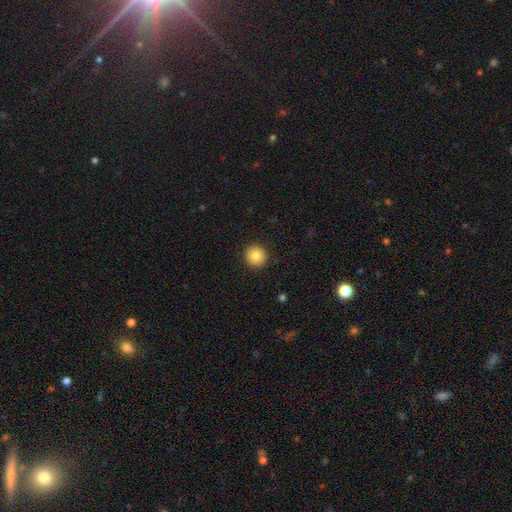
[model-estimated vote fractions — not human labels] This appears to be a smooth galaxy with no disk features (83%) that is round (96%). Merging: none (93%).